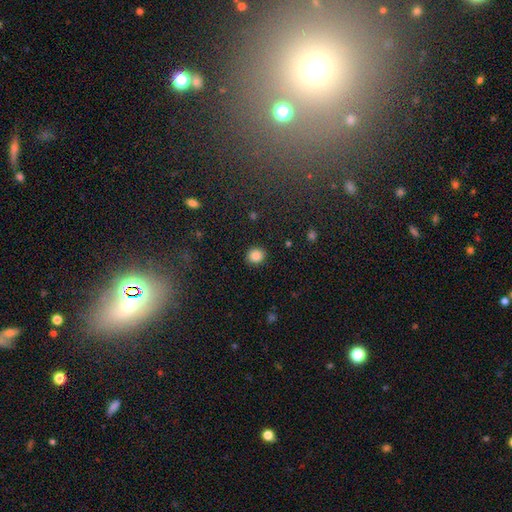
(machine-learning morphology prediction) The model was most divided on "how rounded": round: 84%, in between: 15%, cigar-shaped: 1%. More confident: merging — none (91%); smooth or featured — smooth (86%).